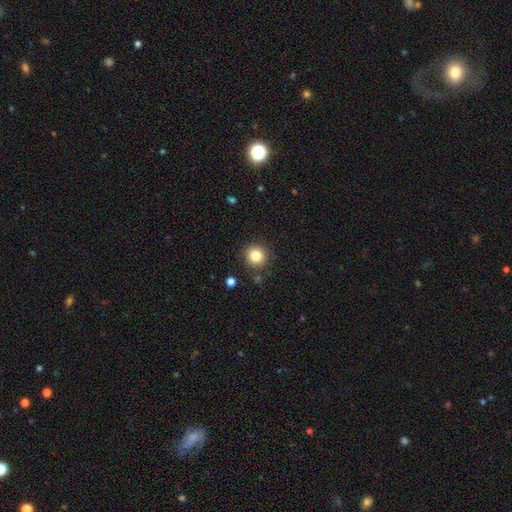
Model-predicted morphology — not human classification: smooth-or-featured: smooth: 82% | star or artifact: 11% | featured or disk: 7%
  how-rounded: round: 93% | in between: 6% | cigar-shaped: 1%
  merging: none: 88% | minor disturbance: 7% | merger: 2% | major disturbance: 2%